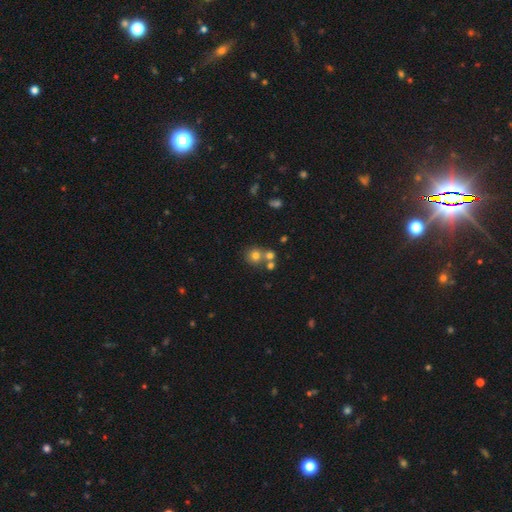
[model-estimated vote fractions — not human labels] A smooth galaxy with no disk features (70%) that is round (87%). Merging: none (55%).